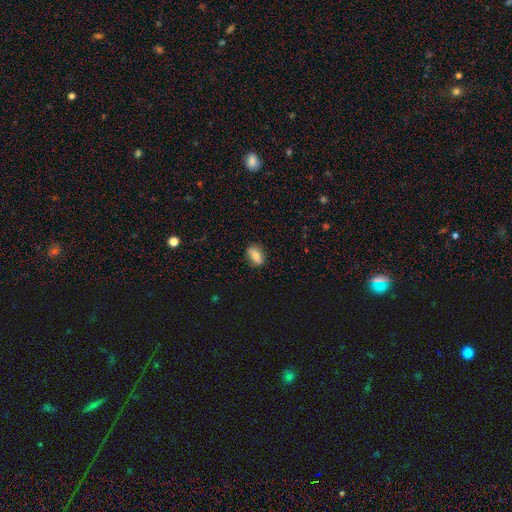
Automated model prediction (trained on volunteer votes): Smooth or featured: smooth — 76% (featured or disk — 15%)
How rounded: in between — 84% (round — 8%)
Merging: none — 80% (minor disturbance — 16%)